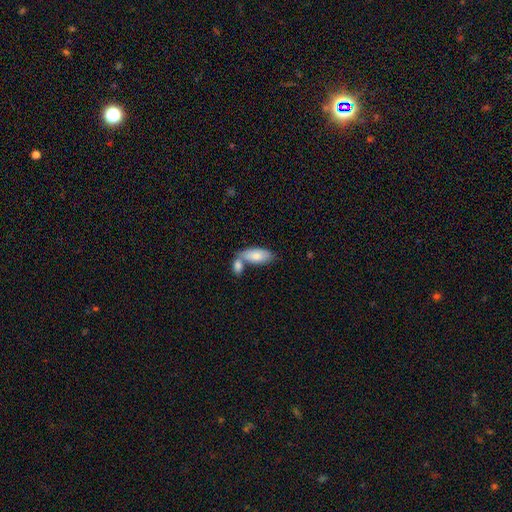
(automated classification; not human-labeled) Smooth or featured? smooth (78%)
How rounded? in between (87%)
Merging? merger (45%)